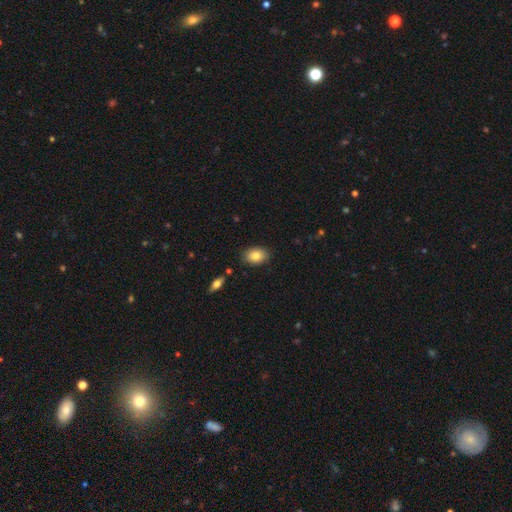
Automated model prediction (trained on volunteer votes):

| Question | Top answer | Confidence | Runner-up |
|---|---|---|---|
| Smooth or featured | smooth | 82% | featured or disk (10%) |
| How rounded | in between | 85% | round (13%) |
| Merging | none | 86% | minor disturbance (10%) |